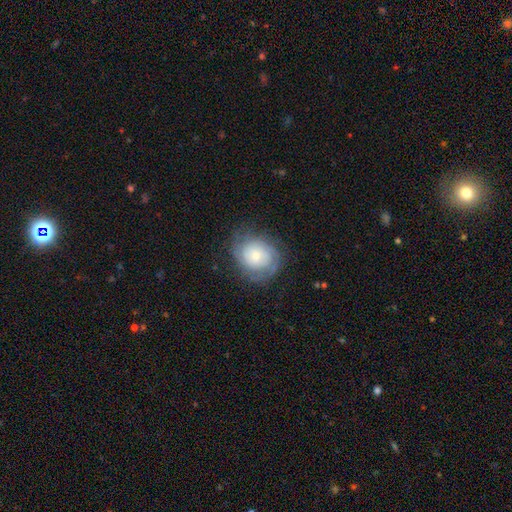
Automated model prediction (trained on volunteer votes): Smooth or featured? Predicted: featured or disk (p=0.61). Edge-on disk? Predicted: no (p=0.98). Bar? Predicted: no (p=0.76). Spiral arms? Predicted: yes (p=0.87). Spiral winding? Predicted: tight (p=0.60). Spiral arm count? Predicted: can't tell (p=0.41). Bulge size? Predicted: small (p=0.58). Merging? Predicted: none (p=0.69).